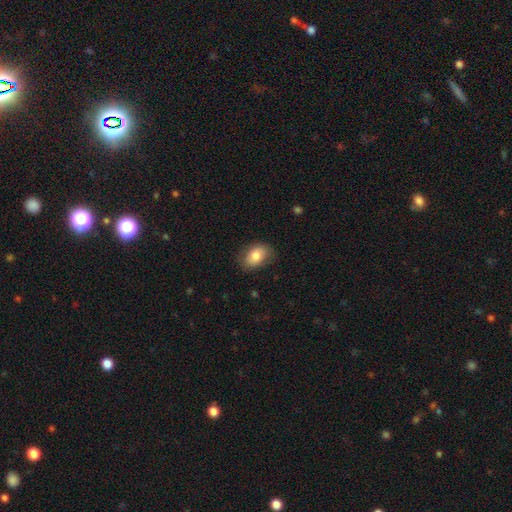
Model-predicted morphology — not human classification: smooth-or-featured: smooth: 81% | featured or disk: 12% | star or artifact: 7%
  how-rounded: in between: 81% | round: 18% | cigar-shaped: 1%
  merging: none: 78% | minor disturbance: 17% | major disturbance: 4% | merger: 1%